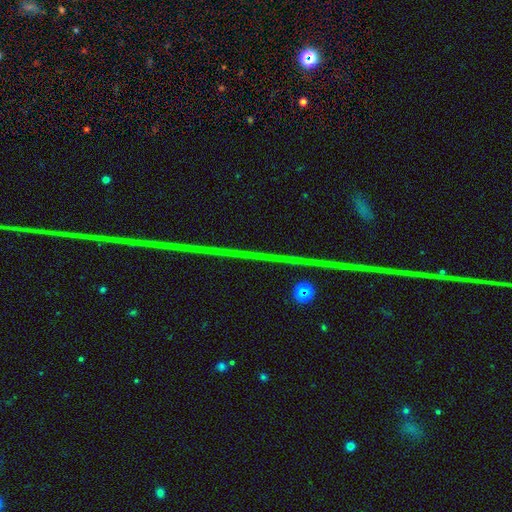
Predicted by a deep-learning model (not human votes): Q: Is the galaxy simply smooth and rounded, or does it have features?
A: star or artifact — 80%.